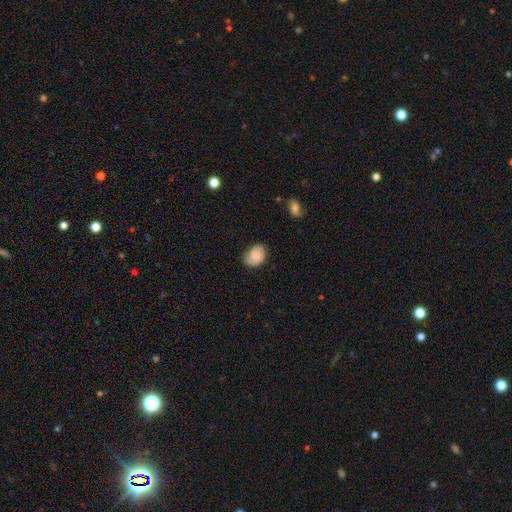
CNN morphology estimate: Smooth or featured?
  - smooth: 73% *
  - featured or disk: 19%
  - star or artifact: 8%
How rounded?
  - in between: 75% *
  - round: 24%
  - cigar-shaped: 1%
Merging?
  - none: 70% *
  - minor disturbance: 24%
  - major disturbance: 5%
  - merger: 1%